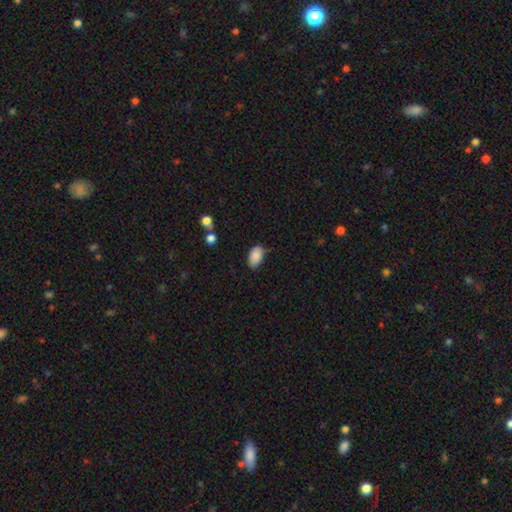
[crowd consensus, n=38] A smooth galaxy with no disk features (87%) that is in between round and cigar-shaped (100%). Merging: none (78%).